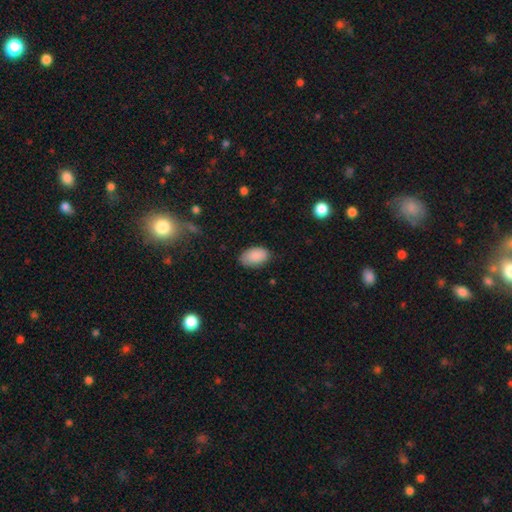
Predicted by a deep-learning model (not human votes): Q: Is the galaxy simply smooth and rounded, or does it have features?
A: smooth — 89%.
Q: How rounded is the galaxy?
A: in between — 93%.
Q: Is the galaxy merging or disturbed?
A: none — 78%.